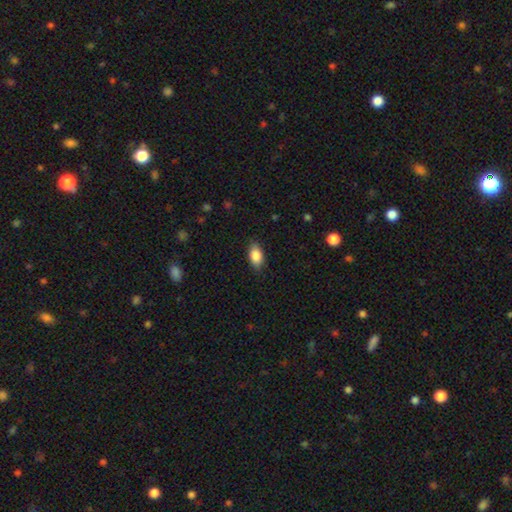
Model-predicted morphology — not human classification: Smooth or featured? smooth (86%)
How rounded? in between (91%)
Merging? none (85%)